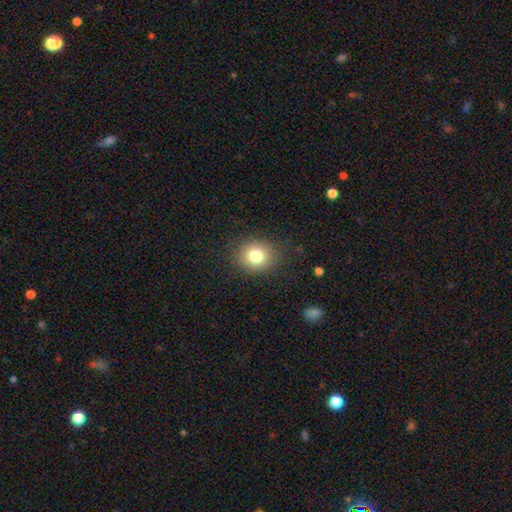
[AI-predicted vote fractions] This is likely a smooth galaxy (79%). How rounded: likely round (77%). Merging: clearly none (87%).